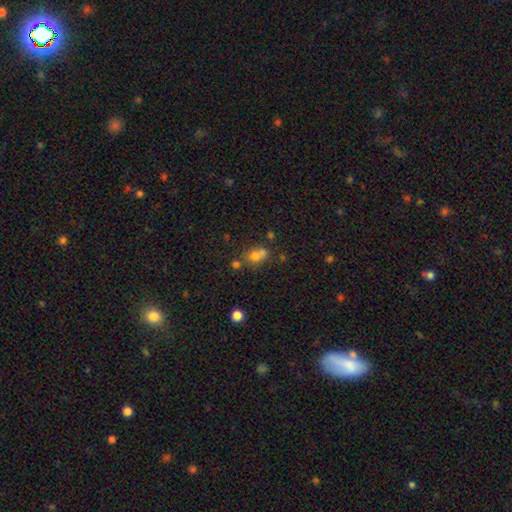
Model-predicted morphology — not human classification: The model was most divided on "merging": merger: 43%, none: 41%, minor disturbance: 11%, major disturbance: 5%. More confident: smooth or featured — smooth (69%); how rounded — round (66%).